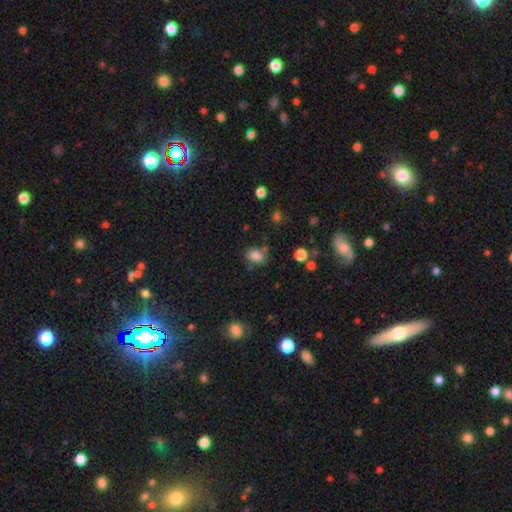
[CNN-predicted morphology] A smooth galaxy with no disk features (82%) that is in between round and cigar-shaped (63%).

Vote fractions:
- Smooth or featured? smooth: 82% / star or artifact: 12% / featured or disk: 6%
- How rounded? in between: 63% / round: 36% / cigar-shaped: 1%
- Merging? none: 68% / minor disturbance: 18% / merger: 8% / major disturbance: 6%